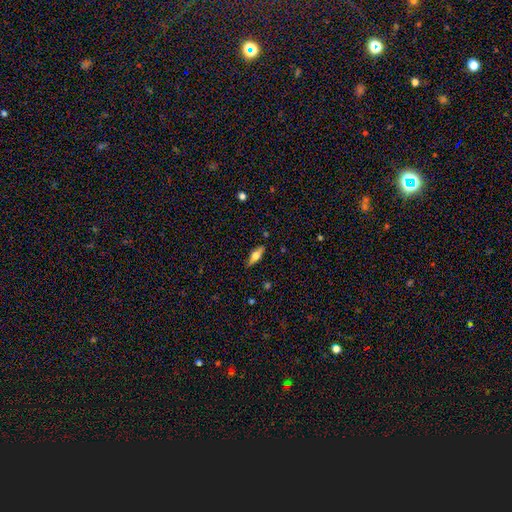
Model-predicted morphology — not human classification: This is possibly a smooth galaxy (49%). Merging: clearly none (86%).